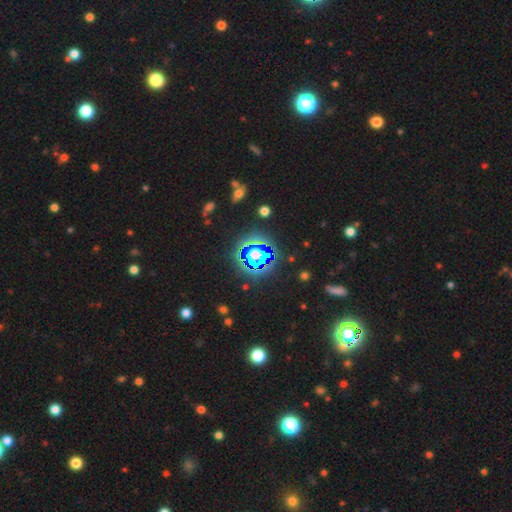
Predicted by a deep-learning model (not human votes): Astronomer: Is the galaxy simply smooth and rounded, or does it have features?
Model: star or artifact — 73%.